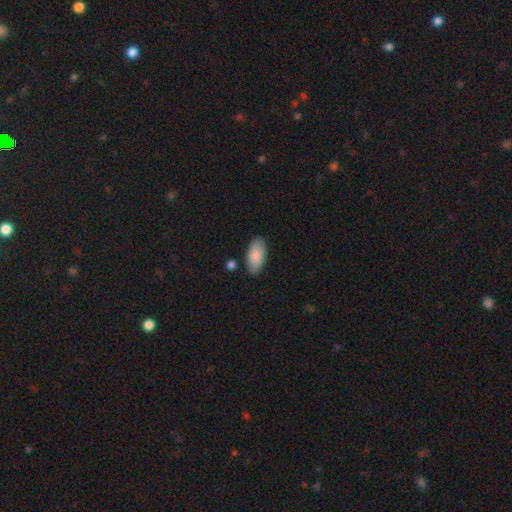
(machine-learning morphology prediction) smooth 86%, featured or disk 8%, star or artifact 6%. Down the decision tree: how rounded — in between (94%); merging — none (84%).